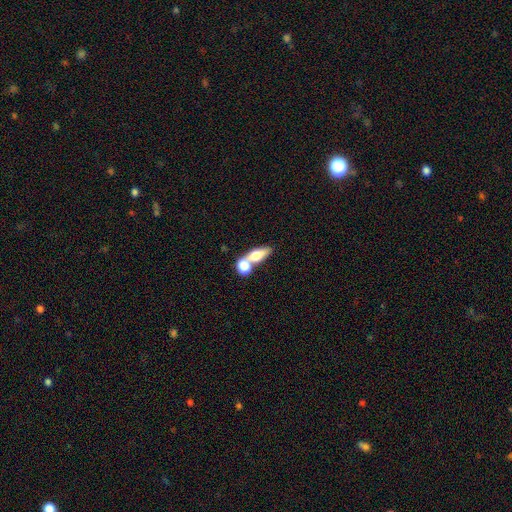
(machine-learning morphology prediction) This is likely a smooth galaxy (65%). How rounded: likely in between (63%). Merging: possibly merger (55%).